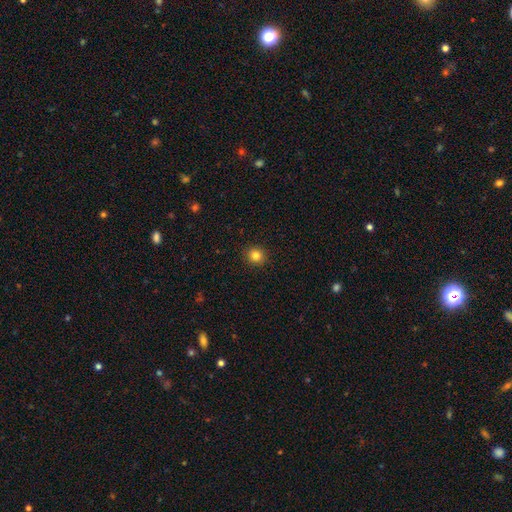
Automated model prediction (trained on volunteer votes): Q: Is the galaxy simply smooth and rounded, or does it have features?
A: smooth — 82%.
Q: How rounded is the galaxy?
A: round — 88%.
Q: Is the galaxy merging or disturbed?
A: none — 92%.